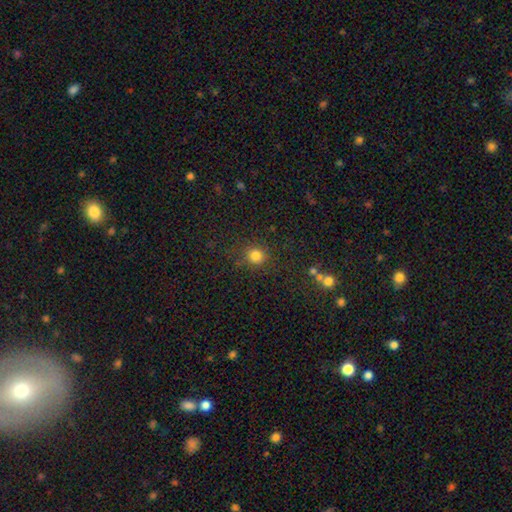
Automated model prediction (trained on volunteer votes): smooth 81%, star or artifact 14%, featured or disk 5%. Down the decision tree: how rounded — round (90%); merging — none (84%).